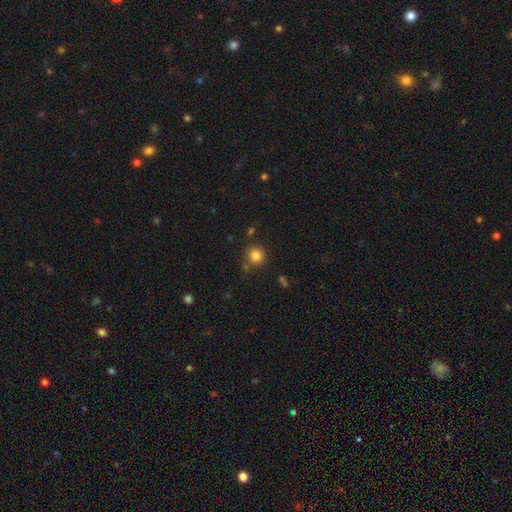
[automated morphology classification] Smooth or featured?
  - smooth: 83% *
  - star or artifact: 12%
  - featured or disk: 5%
How rounded?
  - round: 92% *
  - in between: 7%
  - cigar-shaped: 1%
Merging?
  - none: 82% *
  - minor disturbance: 9%
  - merger: 5%
  - major disturbance: 3%